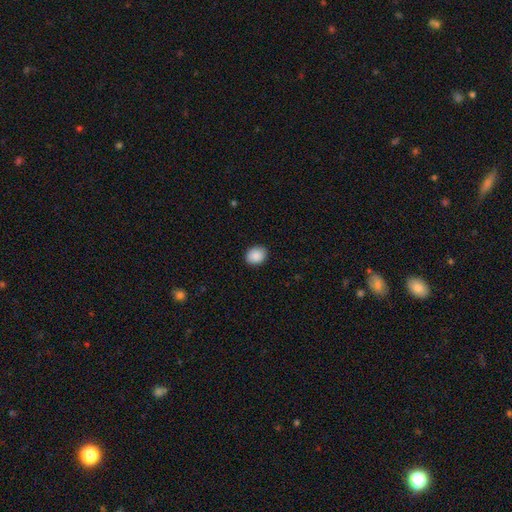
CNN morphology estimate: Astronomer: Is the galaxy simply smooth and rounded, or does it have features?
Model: smooth — 89%.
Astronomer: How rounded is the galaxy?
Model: round — 55% (runner-up: in between, 44%).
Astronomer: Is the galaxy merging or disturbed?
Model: none — 90%.